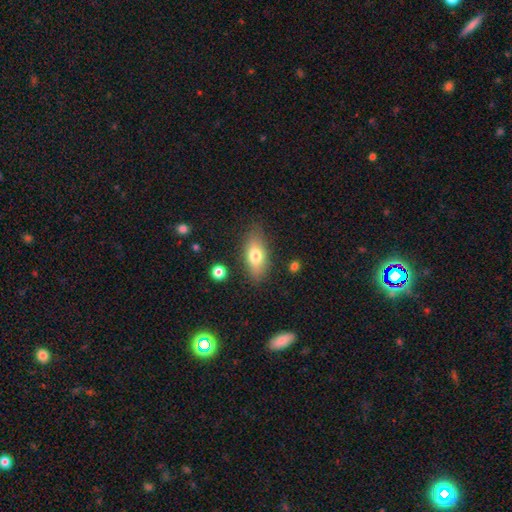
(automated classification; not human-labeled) Smooth or featured? Predicted: smooth (p=0.73). How rounded? Predicted: in between (p=0.81). Merging? Predicted: none (p=0.80).